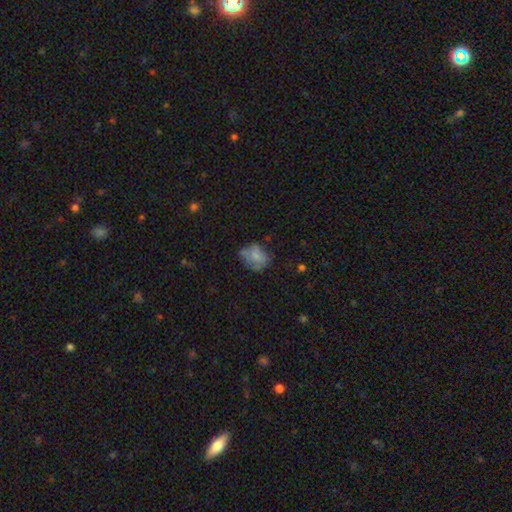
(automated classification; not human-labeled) smooth_or_featured: smooth (p=0.64) [alt: featured or disk p=0.25]
how_rounded: round (p=0.54) [alt: in between p=0.45]
merging: none (p=0.53) [alt: minor disturbance p=0.28]